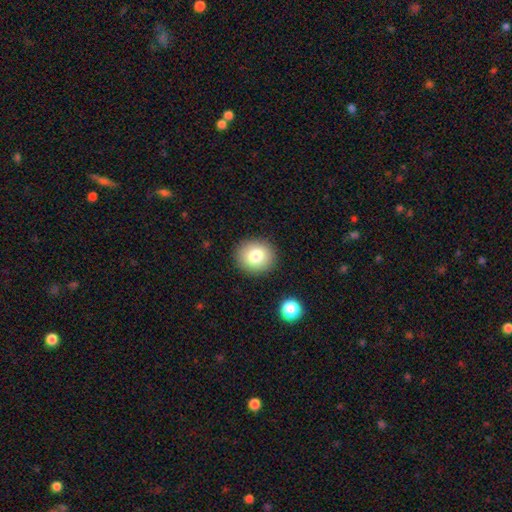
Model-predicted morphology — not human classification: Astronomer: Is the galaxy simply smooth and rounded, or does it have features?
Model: smooth — 79%.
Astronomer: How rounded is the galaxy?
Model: round — 80%.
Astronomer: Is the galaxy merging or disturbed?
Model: none — 90%.